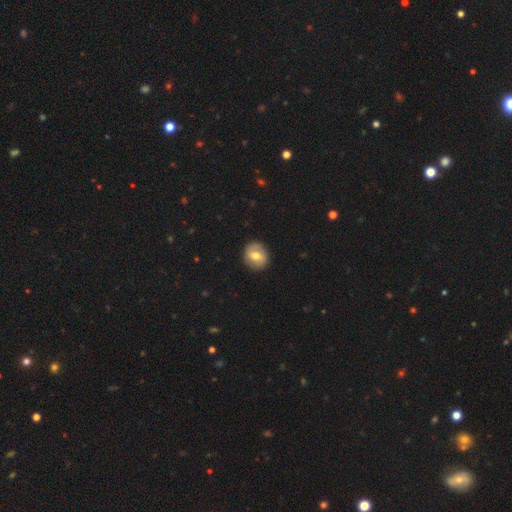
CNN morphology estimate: smooth 56%, featured or disk 36%, star or artifact 7%. Down the decision tree: how rounded — round (78%); merging — none (88%).